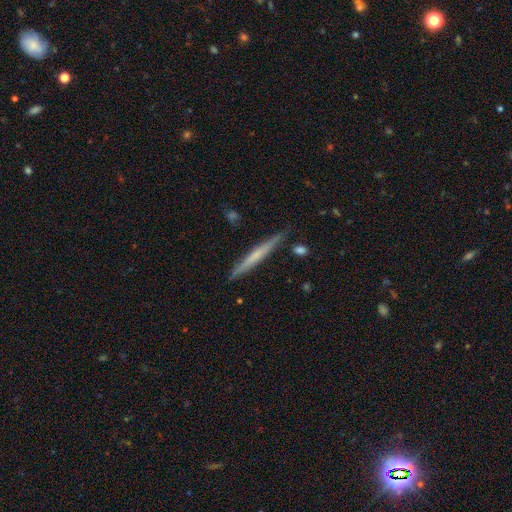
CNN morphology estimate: Smooth or featured?
  - featured or disk: 49% *
  - smooth: 45%
  - star or artifact: 6%
Merging?
  - none: 87% *
  - minor disturbance: 9%
  - merger: 2%
  - major disturbance: 2%